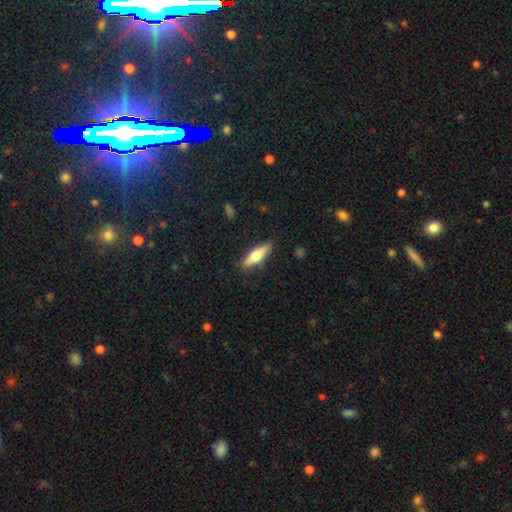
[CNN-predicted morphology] Smooth or featured?
  - smooth: 56% *
  - featured or disk: 38%
  - star or artifact: 6%
How rounded?
  - cigar-shaped: 57% *
  - in between: 41%
  - round: 2%
Merging?
  - none: 84% *
  - minor disturbance: 12%
  - major disturbance: 3%
  - merger: 1%